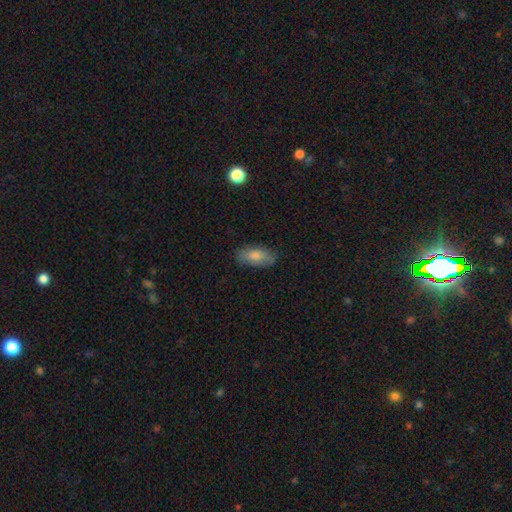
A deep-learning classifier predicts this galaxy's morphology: smooth_or_featured: smooth (p=0.81) [alt: featured or disk p=0.12]
how_rounded: in between (p=0.87) [alt: cigar-shaped p=0.10]
merging: none (p=0.82) [alt: minor disturbance p=0.14]